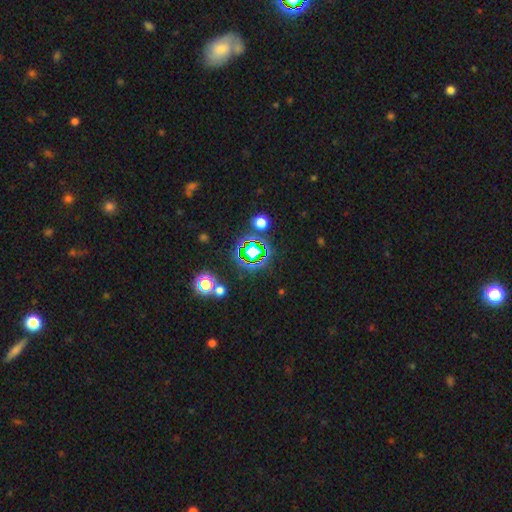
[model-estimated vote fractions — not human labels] smooth-or-featured: star or artifact: 69% | smooth: 20% | featured or disk: 11%